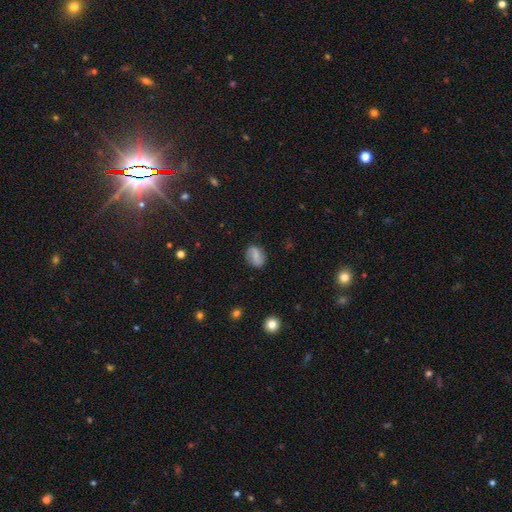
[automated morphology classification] Q: Smooth or featured?
A: smooth (58%); runner-up: featured or disk (32%)
Q: How rounded?
A: in between (64%); runner-up: round (34%)
Q: Merging?
A: none (82%); runner-up: minor disturbance (13%)